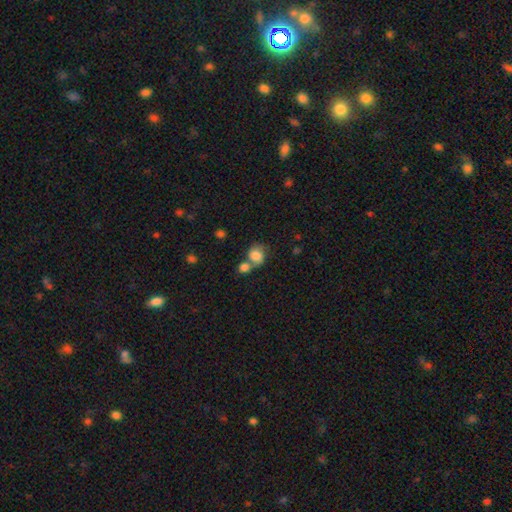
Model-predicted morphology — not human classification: type=smooth (77%); roundness=round (66%); merging=merger (46%).